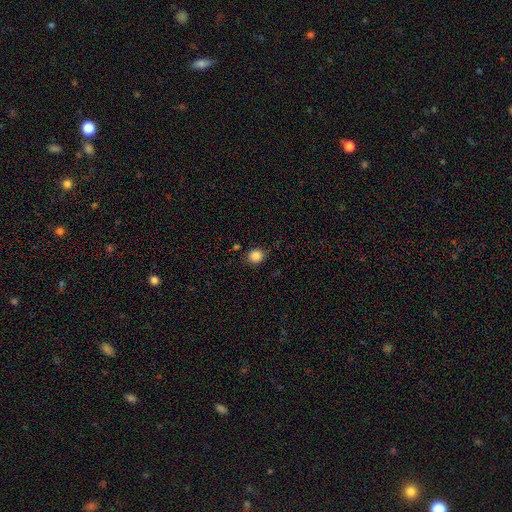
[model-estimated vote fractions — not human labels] Overall: smooth (85%). How rounded: round (82%). Merging: none (83%).